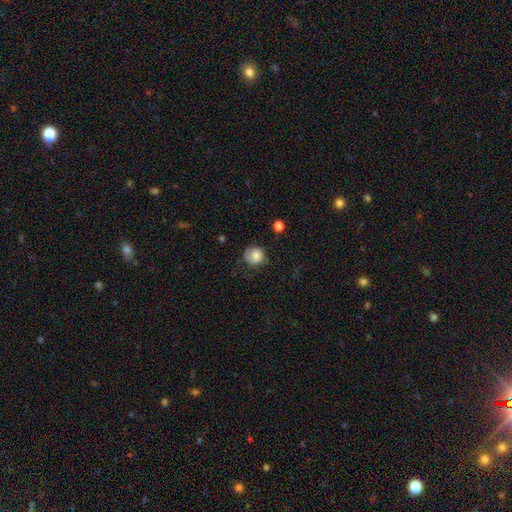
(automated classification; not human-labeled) smooth 83%, star or artifact 9%, featured or disk 8%. Down the decision tree: how rounded — round (85%); merging — none (65%).